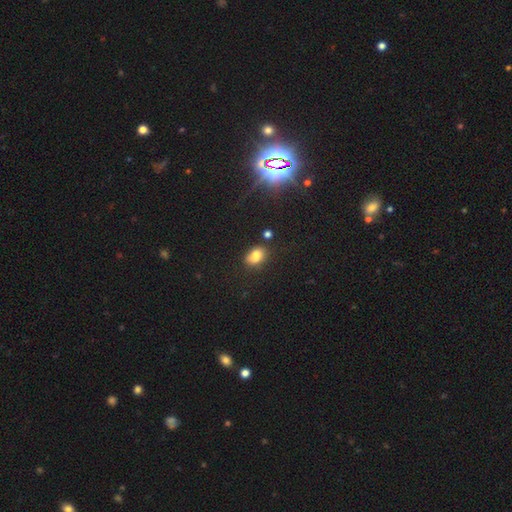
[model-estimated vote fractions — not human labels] A smooth galaxy with no disk features (78%) that is in between round and cigar-shaped (80%).

Vote fractions:
- Smooth or featured? smooth: 78% / star or artifact: 13% / featured or disk: 9%
- How rounded? in between: 80% / round: 18% / cigar-shaped: 2%
- Merging? none: 63% / minor disturbance: 19% / merger: 13% / major disturbance: 5%